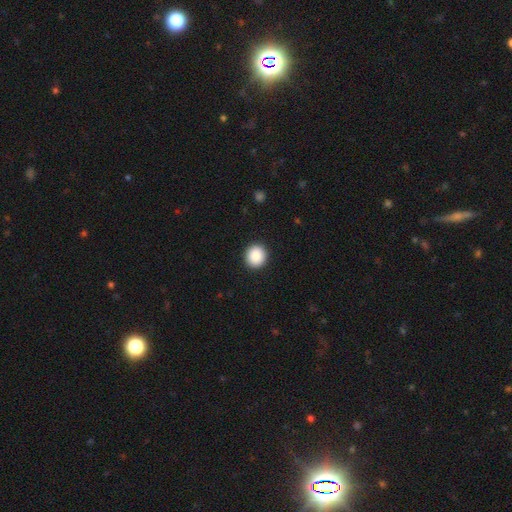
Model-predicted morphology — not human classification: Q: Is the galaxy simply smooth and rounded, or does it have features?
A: smooth — 88%.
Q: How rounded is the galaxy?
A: round — 86%.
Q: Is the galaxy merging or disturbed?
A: none — 92%.